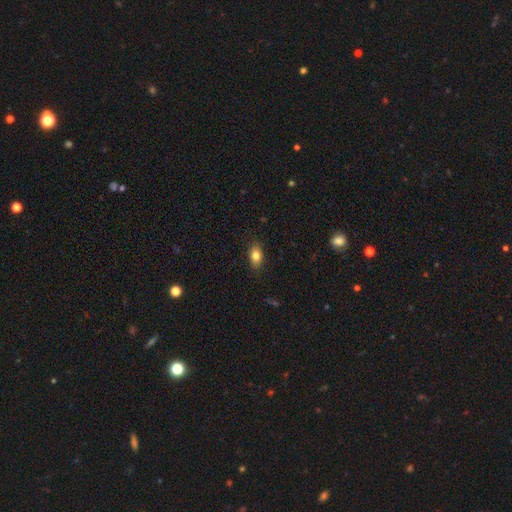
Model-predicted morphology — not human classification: smooth 81%, featured or disk 11%, star or artifact 9%. Down the decision tree: how rounded — in between (84%); merging — none (86%).